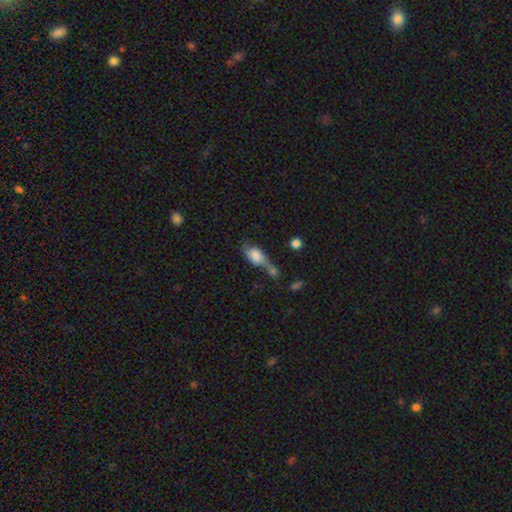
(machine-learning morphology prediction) smooth 60%, featured or disk 30%, star or artifact 10%. Down the decision tree: how rounded — in between (75%); merging — merger (41%).